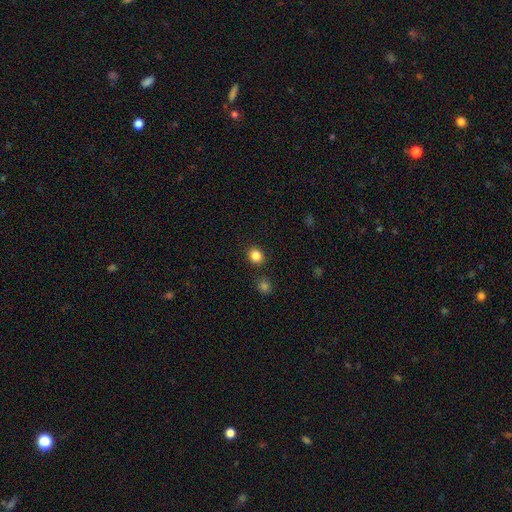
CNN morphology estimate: smooth 84%, star or artifact 11%, featured or disk 5%. Down the decision tree: how rounded — round (71%); merging — none (86%).